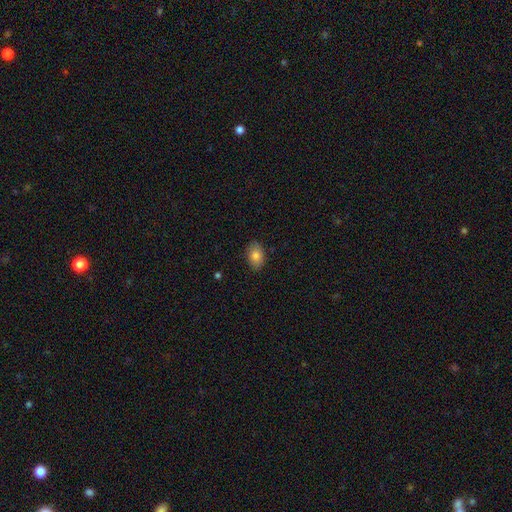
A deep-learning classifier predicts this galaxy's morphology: Smooth or featured?
  - smooth: 82% *
  - featured or disk: 10%
  - star or artifact: 8%
How rounded?
  - in between: 86% *
  - round: 13%
  - cigar-shaped: 1%
Merging?
  - none: 86% *
  - minor disturbance: 11%
  - major disturbance: 2%
  - merger: 1%